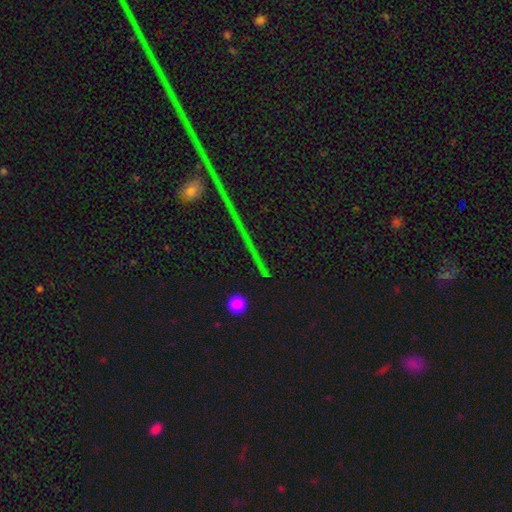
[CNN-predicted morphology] The model was most divided on "smooth or featured": star or artifact: 80%, featured or disk: 12%, smooth: 9%.